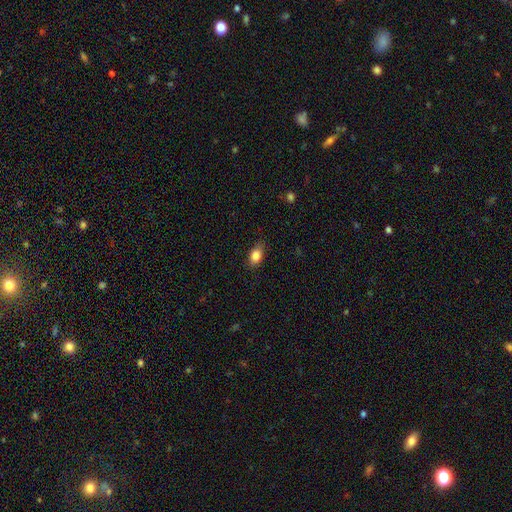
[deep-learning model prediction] A smooth galaxy with no disk features (84%) that is in between round and cigar-shaped (83%).

Vote fractions:
- Smooth or featured? smooth: 84% / star or artifact: 8% / featured or disk: 7%
- How rounded? in between: 83% / round: 13% / cigar-shaped: 4%
- Merging? none: 81% / minor disturbance: 16% / major disturbance: 3% / merger: 1%